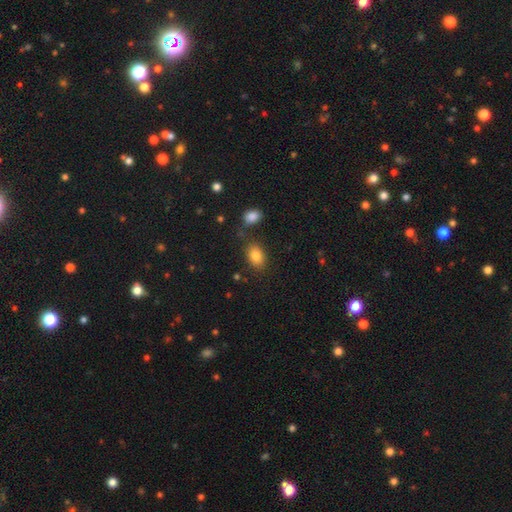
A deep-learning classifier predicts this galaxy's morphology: smooth_or_featured: smooth (p=0.83) [alt: star or artifact p=0.09]
how_rounded: in between (p=0.81) [alt: round p=0.18]
merging: none (p=0.77) [alt: minor disturbance p=0.13]